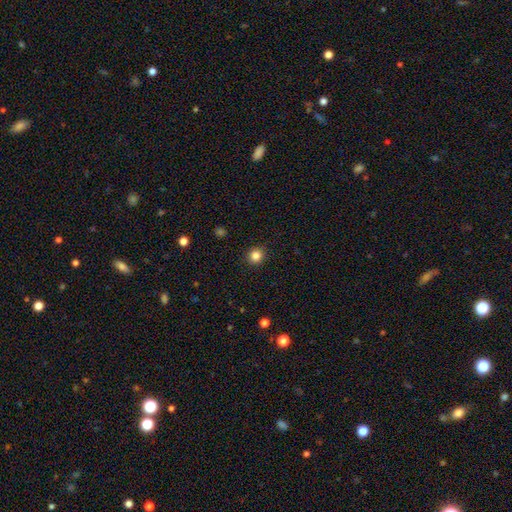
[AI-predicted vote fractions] Smooth or featured?
  - smooth: 84% *
  - star or artifact: 12%
  - featured or disk: 4%
How rounded?
  - round: 90% *
  - in between: 9%
  - cigar-shaped: 1%
Merging?
  - none: 92% *
  - minor disturbance: 5%
  - major disturbance: 2%
  - merger: 1%